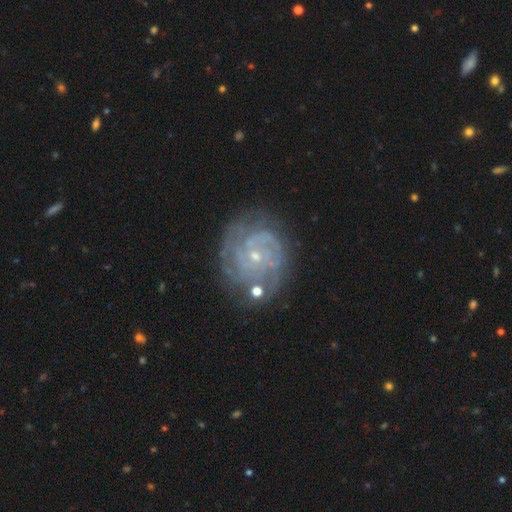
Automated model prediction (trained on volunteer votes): The model was most divided on "spiral arm count": can't tell: 31%, 3: 21%, 2: 18%, 4: 15%, more than 4: 8%, 1: 6%. More confident: edge-on disk — no (98%); spiral arms — yes (95%); smooth or featured — featured or disk (85%); bulge size — small (79%); bar — no (75%); spiral winding — tight (71%); merging — none (69%).